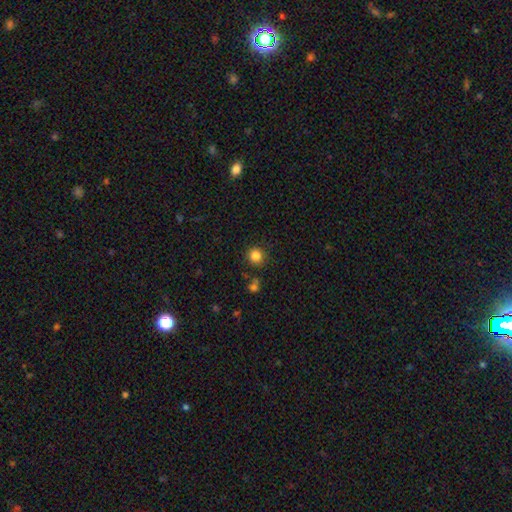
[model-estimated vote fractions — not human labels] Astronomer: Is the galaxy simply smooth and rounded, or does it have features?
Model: smooth — 84%.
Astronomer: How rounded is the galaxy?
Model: round — 91%.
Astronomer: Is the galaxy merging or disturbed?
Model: none — 85%.